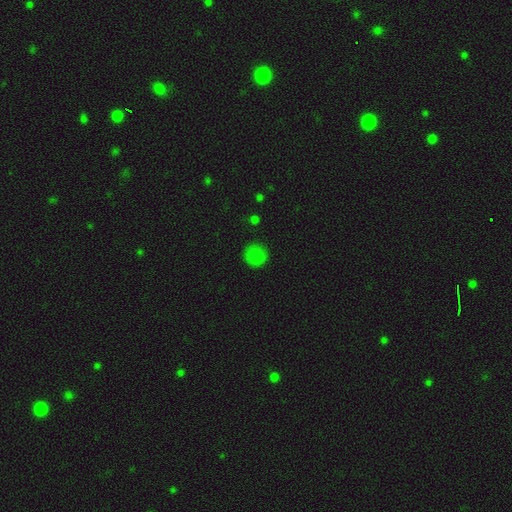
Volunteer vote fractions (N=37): smooth-or-featured: smooth: 89% | star or artifact: 8% | featured or disk: 3%
  how-rounded: round: 100% | in between: 0% | cigar-shaped: 0%
  merging: none: 85% | minor disturbance: 9% | major disturbance: 3% | merger: 3%